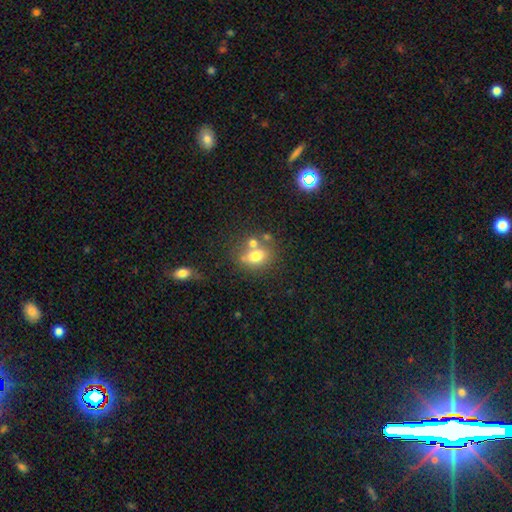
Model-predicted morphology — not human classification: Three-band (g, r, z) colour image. It shows a smooth galaxy with no disk features (71%) that is in between round and cigar-shaped (55%). Merging: none (53%).